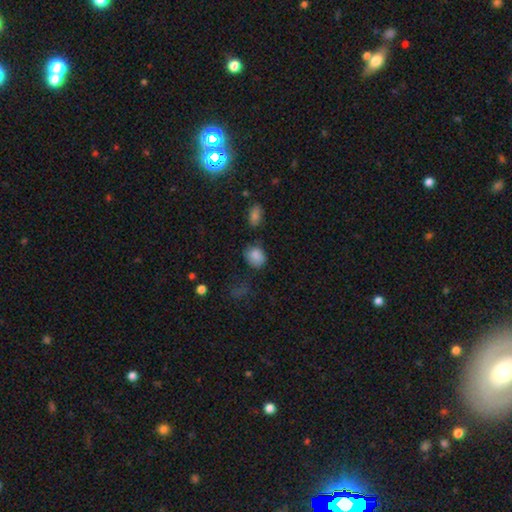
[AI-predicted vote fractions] Smooth or featured?
  - smooth: 84% *
  - star or artifact: 10%
  - featured or disk: 6%
How rounded?
  - round: 58% *
  - in between: 41%
  - cigar-shaped: 1%
Merging?
  - none: 65% *
  - minor disturbance: 24%
  - major disturbance: 7%
  - merger: 5%